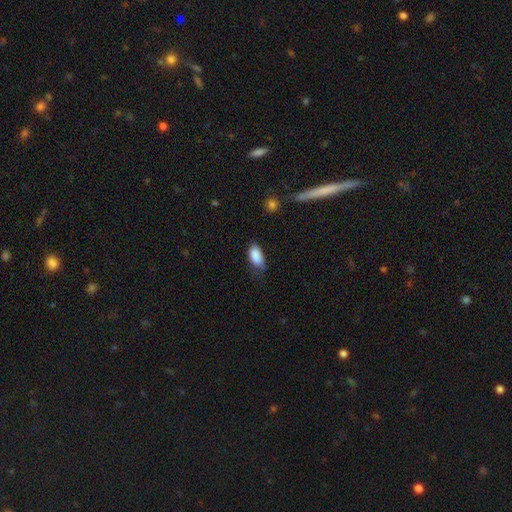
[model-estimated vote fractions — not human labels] A smooth galaxy with no disk features (88%) that is in between round and cigar-shaped (93%). Merging: none (52%).